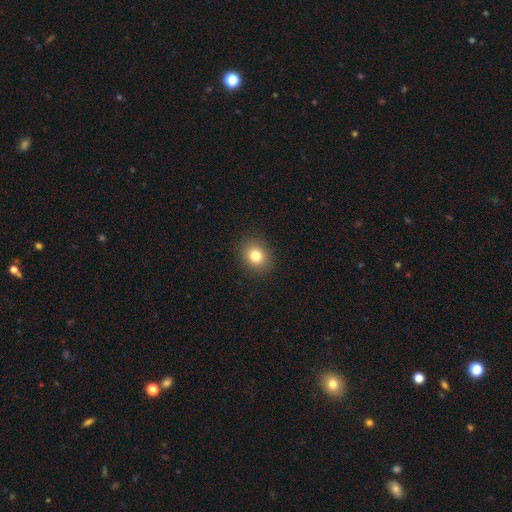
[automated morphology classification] smooth 81%, star or artifact 11%, featured or disk 8%. Down the decision tree: how rounded — round (65%); merging — none (90%).